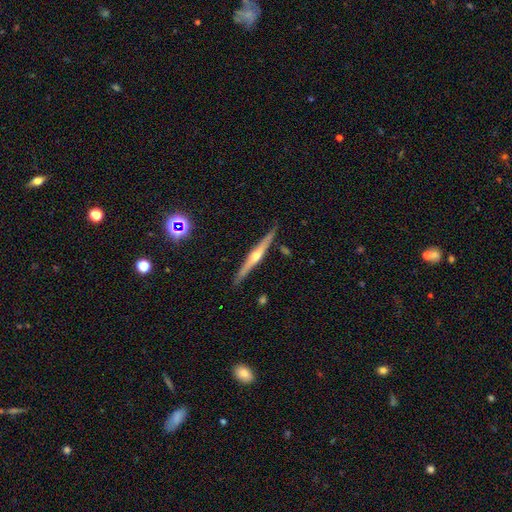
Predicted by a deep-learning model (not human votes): Smooth or featured: featured or disk — 74% (smooth — 20%)
Edge-on disk: yes — 98% (no — 2%)
Edge-on bulge: rounded — 89% (none — 7%)
Merging: none — 88% (minor disturbance — 8%)